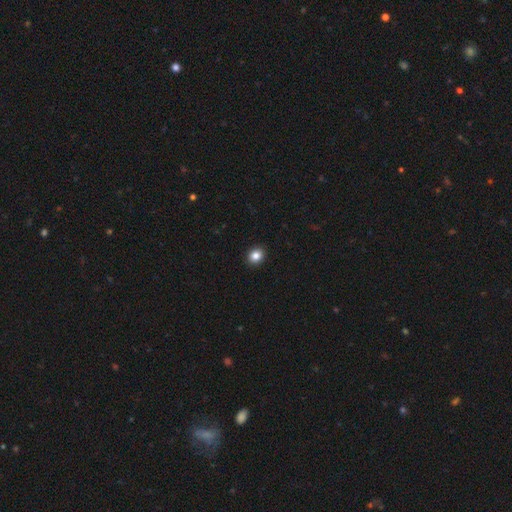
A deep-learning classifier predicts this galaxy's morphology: The model was most divided on "how rounded": round: 69%, in between: 30%, cigar-shaped: 1%. More confident: merging — none (93%); smooth or featured — smooth (84%).